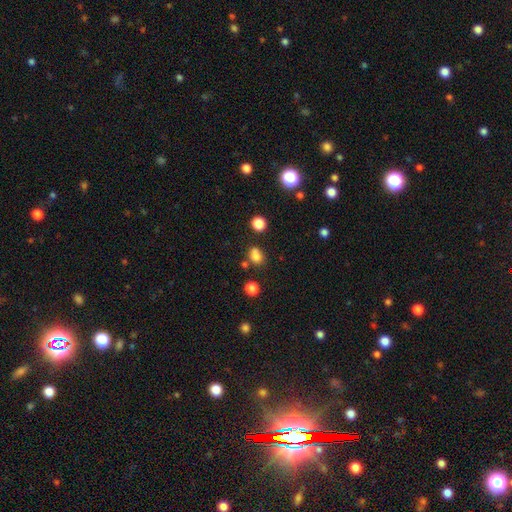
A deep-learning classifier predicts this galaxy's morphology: smooth-or-featured: smooth: 78% | star or artifact: 16% | featured or disk: 6%
  how-rounded: in between: 54% | round: 44% | cigar-shaped: 1%
  merging: none: 61% | minor disturbance: 18% | merger: 15% | major disturbance: 6%